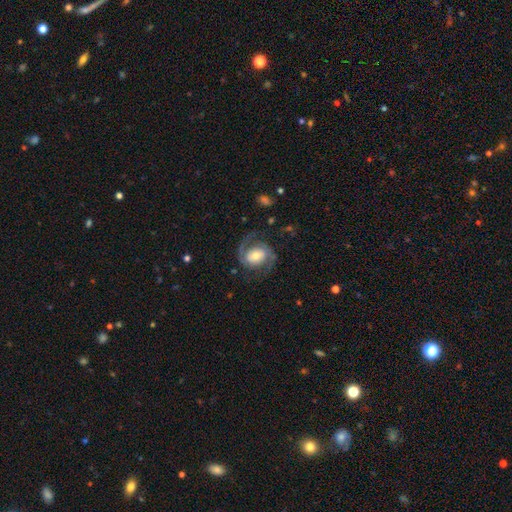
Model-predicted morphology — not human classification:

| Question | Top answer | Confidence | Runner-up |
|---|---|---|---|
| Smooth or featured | featured or disk | 84% | smooth (10%) |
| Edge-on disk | no | 98% | yes (2%) |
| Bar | no | 49% | weak (35%) |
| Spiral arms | yes | 96% | no (4%) |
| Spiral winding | medium | 54% | tight (24%) |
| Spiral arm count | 2 | 91% | can't tell (3%) |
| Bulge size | moderate | 52% | small (26%) |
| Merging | none | 74% | minor disturbance (14%) |